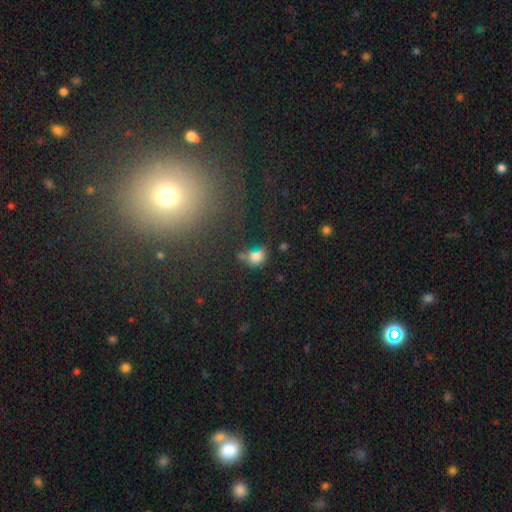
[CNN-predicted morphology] This is likely a smooth galaxy (67%). How rounded: possibly in between (55%). Merging: marginally none (38%).